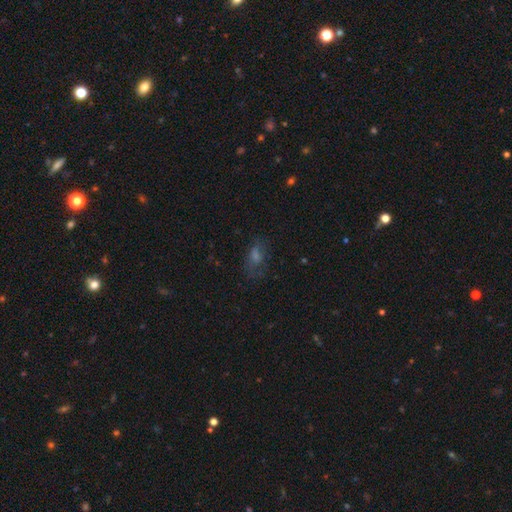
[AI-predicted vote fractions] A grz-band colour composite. It shows a smooth galaxy with no disk features (44%). Merging: none (63%).